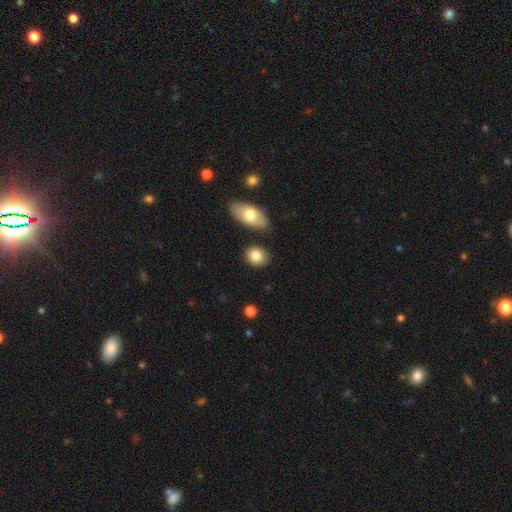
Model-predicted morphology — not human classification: The model was most divided on "how rounded": in between: 52%, round: 46%, cigar-shaped: 2%. More confident: smooth or featured — smooth (83%); merging — none (81%).